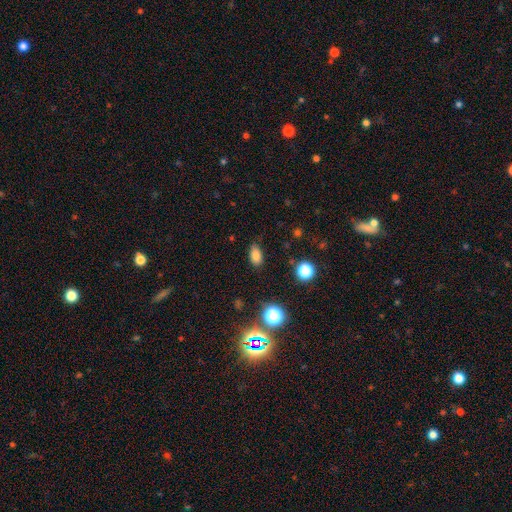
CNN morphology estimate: This appears to be a smooth galaxy with no disk features (81%) that is in between round and cigar-shaped (87%). Merging: none (81%).